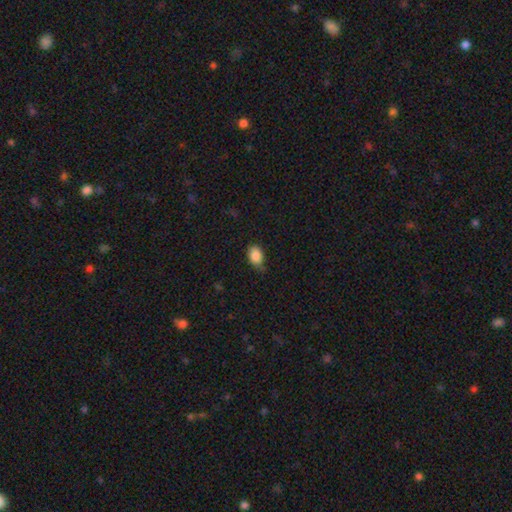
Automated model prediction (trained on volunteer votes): Smooth or featured? Predicted: smooth (p=0.86). How rounded? Predicted: in between (p=0.82). Merging? Predicted: none (p=0.66).